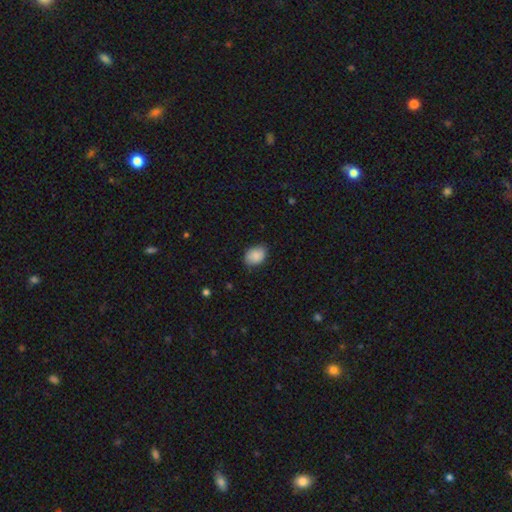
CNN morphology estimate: This is clearly a smooth galaxy (88%). How rounded: likely in between (76%). Merging: likely none (79%).